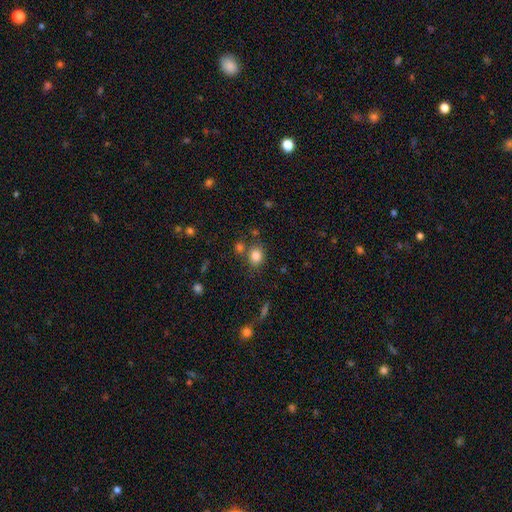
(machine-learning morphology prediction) Smooth or featured? Predicted: smooth (p=0.83). How rounded? Predicted: round (p=0.53). Merging? Predicted: none (p=0.71).